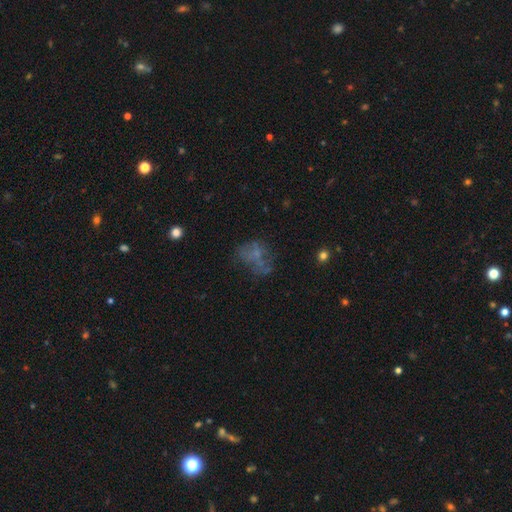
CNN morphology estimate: A featured or disk galaxy (39%). Merging: none (40%).